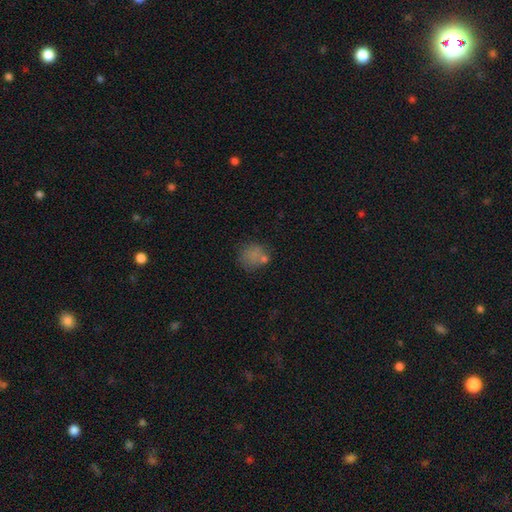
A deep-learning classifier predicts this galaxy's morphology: smooth_or_featured: smooth (p=0.70) [alt: star or artifact p=0.17]
how_rounded: round (p=0.81) [alt: in between p=0.18]
merging: none (p=0.58) [alt: minor disturbance p=0.18]